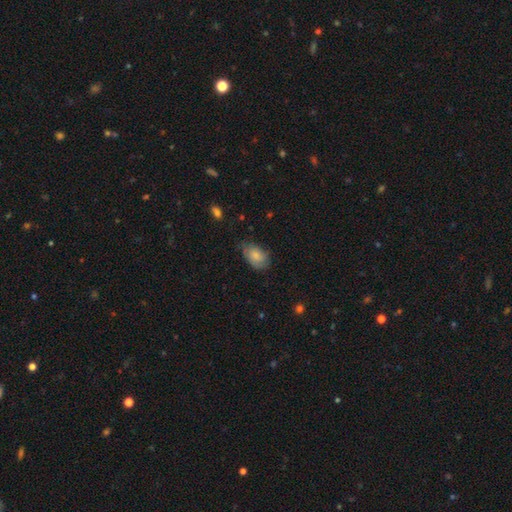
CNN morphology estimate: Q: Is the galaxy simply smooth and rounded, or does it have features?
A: smooth — 82%.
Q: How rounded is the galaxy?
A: in between — 89%.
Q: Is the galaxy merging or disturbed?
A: none — 59%.